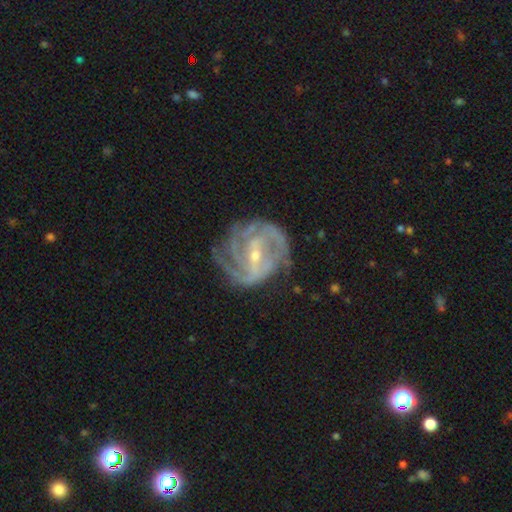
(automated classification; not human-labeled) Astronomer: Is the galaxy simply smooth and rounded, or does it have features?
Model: featured or disk — 90%.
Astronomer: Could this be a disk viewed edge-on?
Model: no — 97%.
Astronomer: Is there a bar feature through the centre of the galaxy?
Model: strong — 45% (runner-up: weak, 41%).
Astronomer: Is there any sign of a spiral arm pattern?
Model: yes — 97%.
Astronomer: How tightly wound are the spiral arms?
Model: tight — 56% (runner-up: medium, 36%).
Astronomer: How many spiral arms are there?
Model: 3 — 30% (runner-up: 2, 25%).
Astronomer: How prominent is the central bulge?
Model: small — 62%.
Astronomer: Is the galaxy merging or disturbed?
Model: none — 68%.